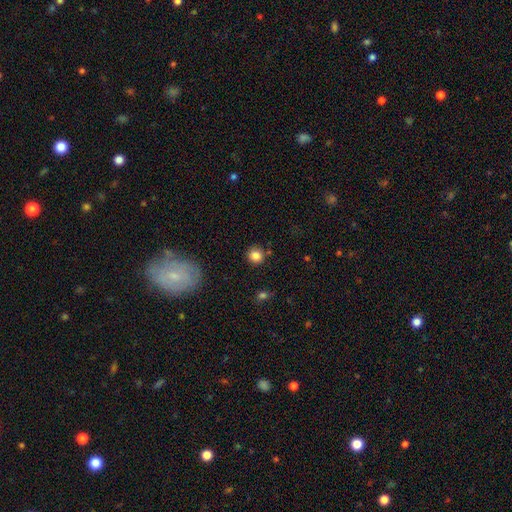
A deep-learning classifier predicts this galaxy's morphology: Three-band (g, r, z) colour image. It shows a smooth galaxy with no disk features (84%) that is round (92%). Merging: none (86%).